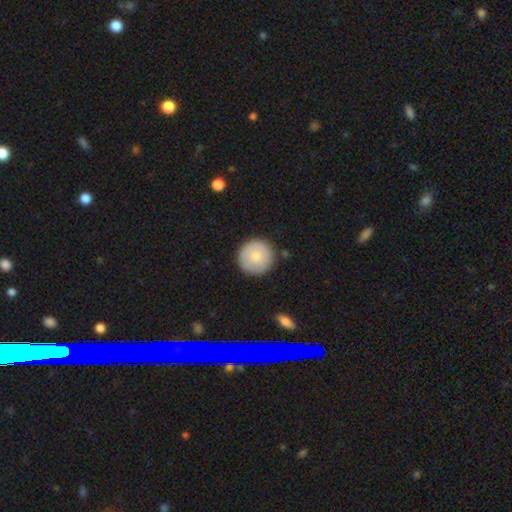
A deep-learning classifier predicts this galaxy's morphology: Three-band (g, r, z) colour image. It shows a smooth galaxy with no disk features (75%) that is round (96%). Merging: none (88%).